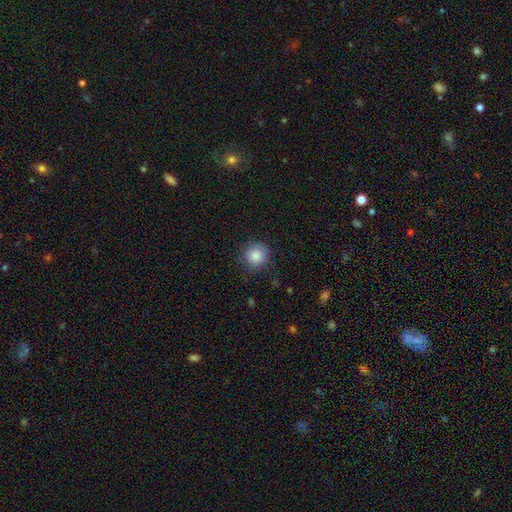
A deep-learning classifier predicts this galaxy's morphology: smooth_or_featured: smooth (p=0.86) [alt: star or artifact p=0.09]
how_rounded: round (p=0.93) [alt: in between p=0.06]
merging: none (p=0.83) [alt: minor disturbance p=0.13]